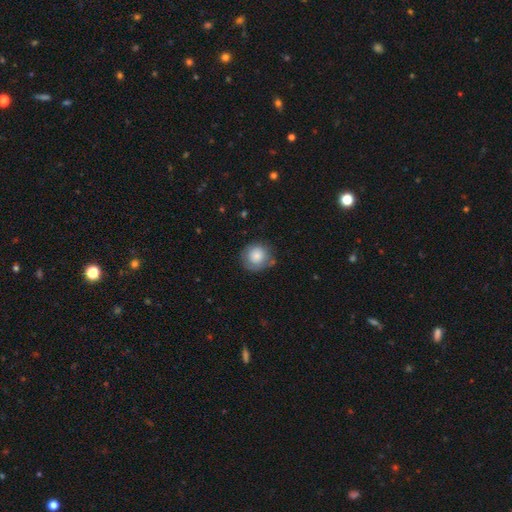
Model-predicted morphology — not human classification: Smooth or featured: smooth — 79% (featured or disk — 13%)
How rounded: round — 89% (in between — 10%)
Merging: none — 71% (minor disturbance — 20%)